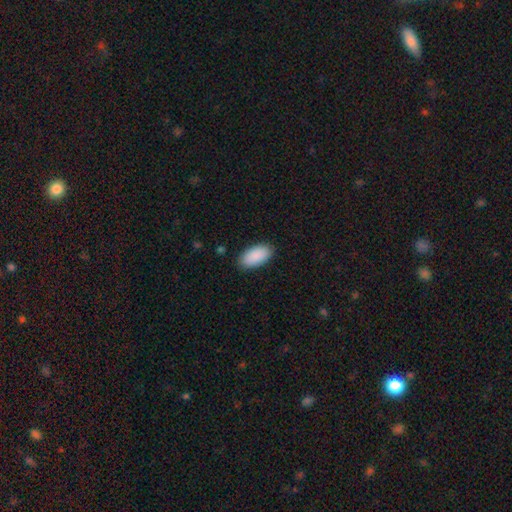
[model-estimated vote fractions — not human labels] This is clearly a smooth galaxy (91%). How rounded: clearly in between (95%). Merging: clearly none (88%).